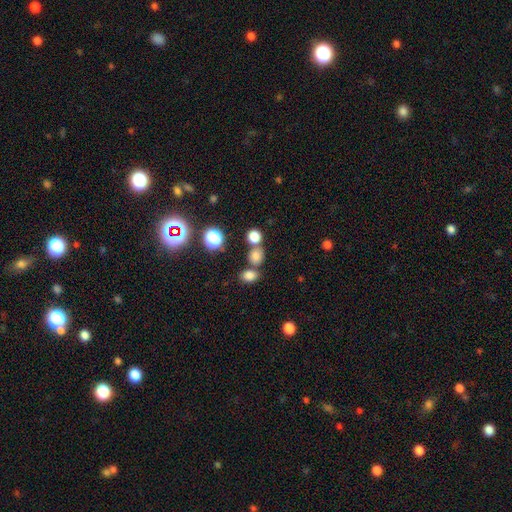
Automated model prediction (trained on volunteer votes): Smooth or featured: smooth — 75% (star or artifact — 18%)
How rounded: round — 63% (in between — 36%)
Merging: none — 61% (merger — 27%)